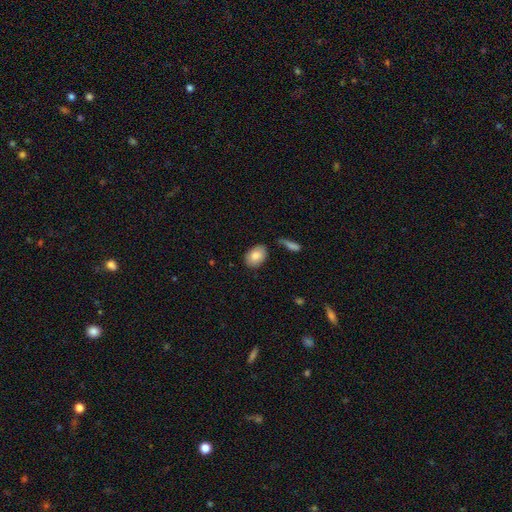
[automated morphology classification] The model was most divided on "merging": none: 76%, minor disturbance: 16%, merger: 4%, major disturbance: 4%. More confident: how rounded — in between (83%); smooth or featured — smooth (83%).